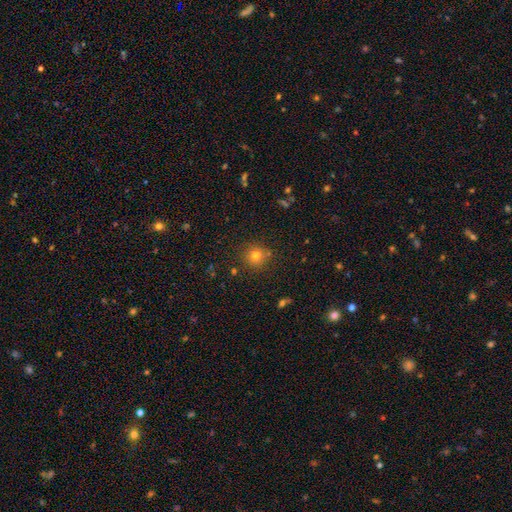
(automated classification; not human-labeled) The model was most divided on "smooth or featured": smooth: 75%, star or artifact: 17%, featured or disk: 8%. More confident: how rounded — round (90%); merging — none (83%).